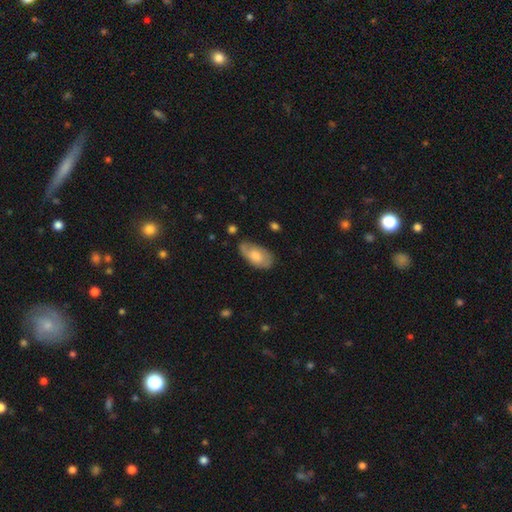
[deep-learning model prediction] This is likely a smooth galaxy (62%). How rounded: clearly in between (93%). Merging: likely none (62%).